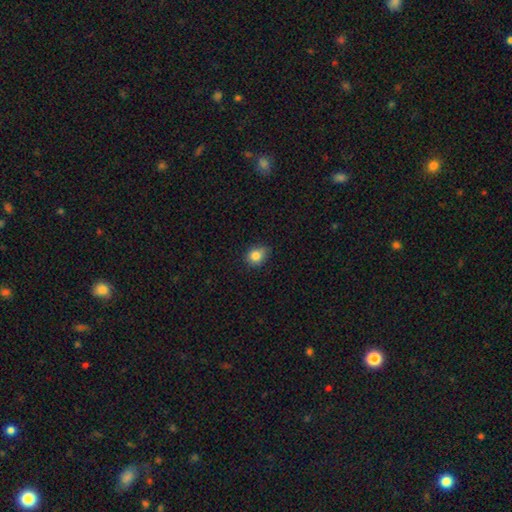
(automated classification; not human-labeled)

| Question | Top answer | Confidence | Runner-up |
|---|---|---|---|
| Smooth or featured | smooth | 83% | star or artifact (11%) |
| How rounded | round | 67% | in between (32%) |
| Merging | none | 72% | minor disturbance (23%) |